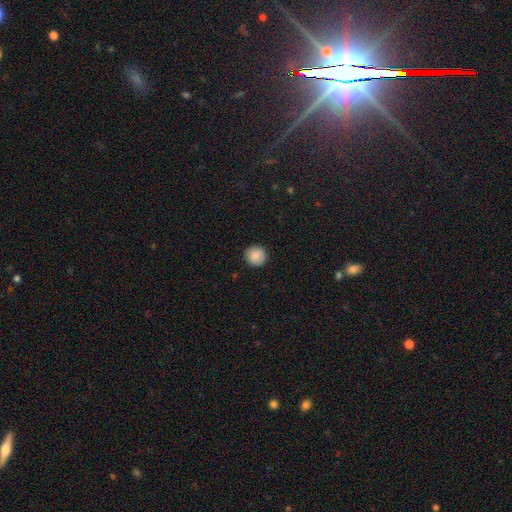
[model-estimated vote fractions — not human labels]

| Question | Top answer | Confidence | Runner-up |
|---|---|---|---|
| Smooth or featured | smooth | 87% | star or artifact (8%) |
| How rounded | round | 94% | in between (5%) |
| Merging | none | 91% | minor disturbance (6%) |